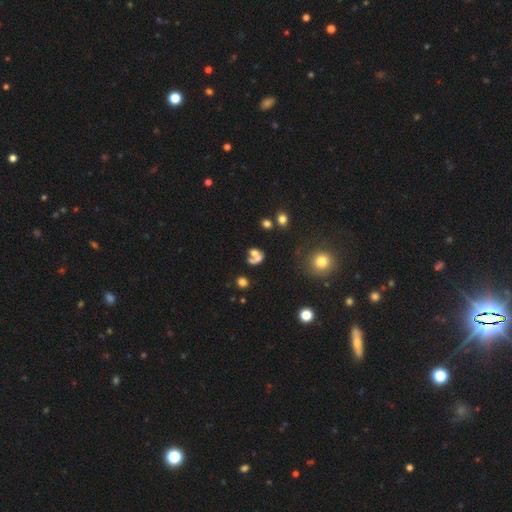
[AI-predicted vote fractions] Smooth or featured?
  - smooth: 55% *
  - featured or disk: 27%
  - star or artifact: 18%
How rounded?
  - in between: 51% *
  - round: 47%
  - cigar-shaped: 2%
Merging?
  - merger: 54% *
  - none: 25%
  - major disturbance: 11%
  - minor disturbance: 9%